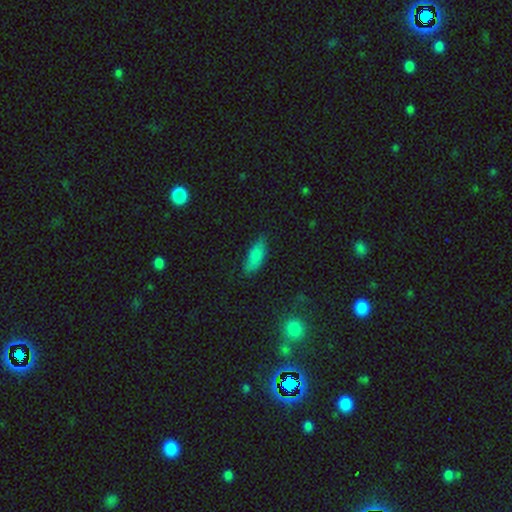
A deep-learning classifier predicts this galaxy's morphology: Smooth or featured? smooth (82%)
How rounded? in between (80%)
Merging? none (76%)